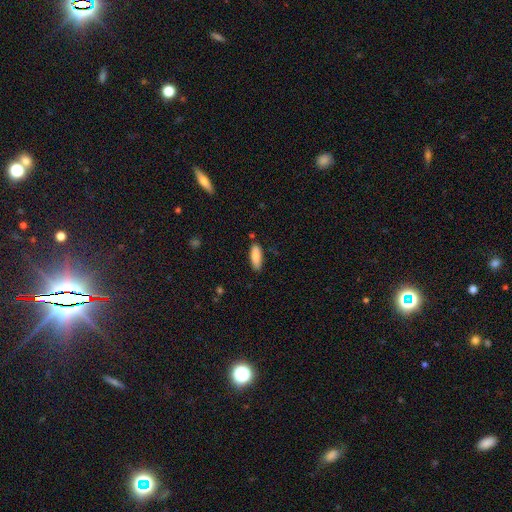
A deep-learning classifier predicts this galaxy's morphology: Overall: smooth (87%). How rounded: in between (65%; cigar-shaped 34%). Merging: none (82%).